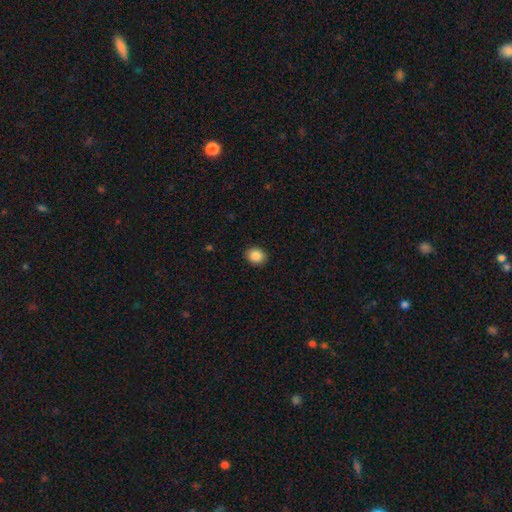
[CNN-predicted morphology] This appears to be a smooth galaxy with no disk features (86%) that is round (63%). Merging: none (91%).